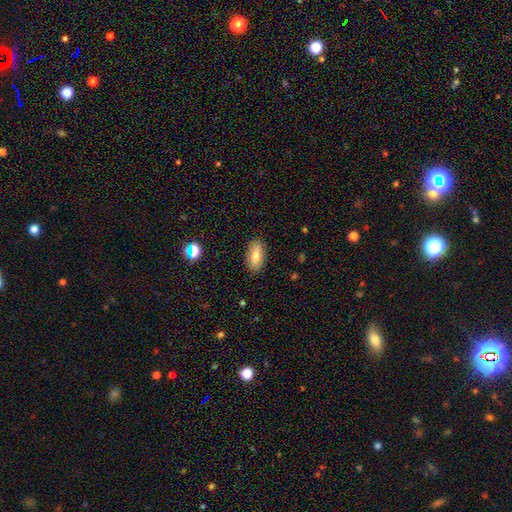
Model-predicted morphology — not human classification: Overall: smooth (76%). How rounded: in between (85%). Merging: none (88%).